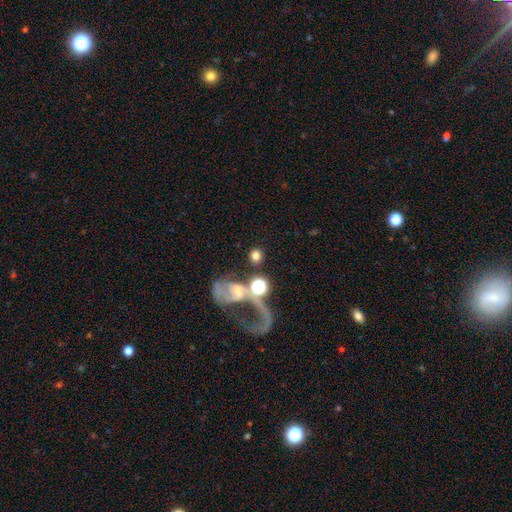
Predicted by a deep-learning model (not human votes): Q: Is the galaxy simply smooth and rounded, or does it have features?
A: smooth — 70%.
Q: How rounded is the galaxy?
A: round — 85%.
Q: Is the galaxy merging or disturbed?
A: none — 63%.